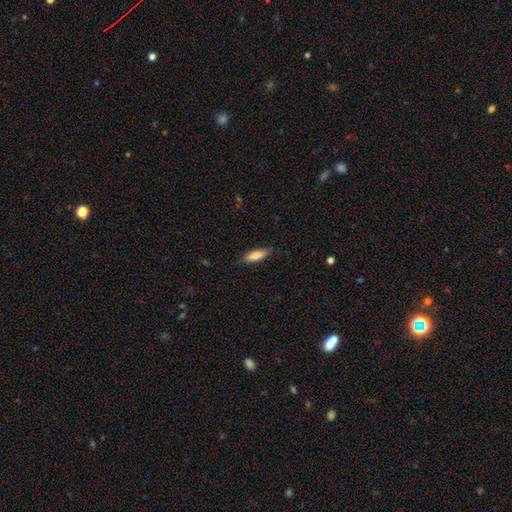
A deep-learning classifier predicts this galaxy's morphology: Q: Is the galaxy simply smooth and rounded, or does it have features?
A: smooth — 79%.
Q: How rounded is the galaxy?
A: in between — 51%.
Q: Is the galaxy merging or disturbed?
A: none — 83%.